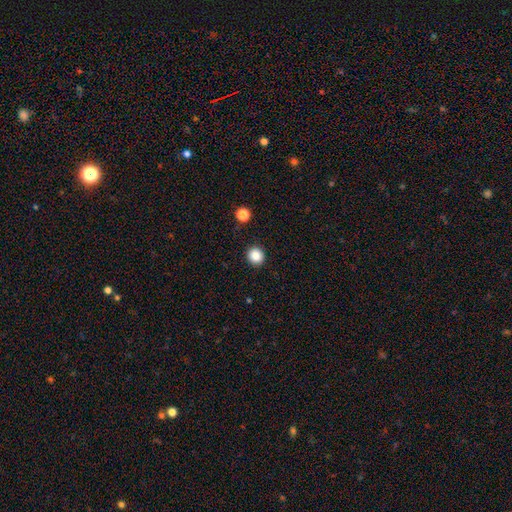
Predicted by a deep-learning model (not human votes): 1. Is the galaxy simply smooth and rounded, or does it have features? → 86% smooth, 11% star or artifact, 4% featured or disk.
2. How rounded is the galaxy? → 89% round, 11% in between, 1% cigar-shaped.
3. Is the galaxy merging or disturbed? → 92% none, 5% minor disturbance, 2% major disturbance, 1% merger.